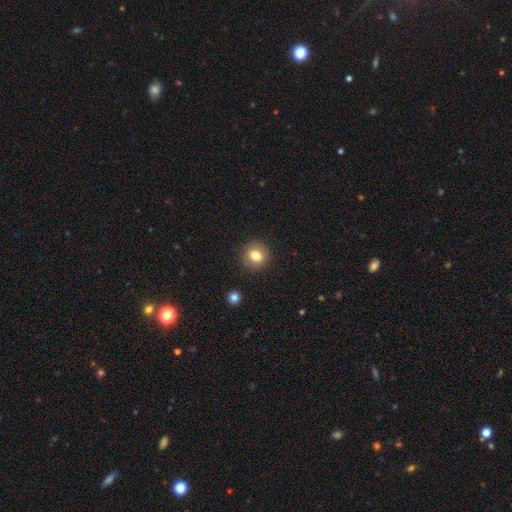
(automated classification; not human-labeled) Smooth or featured? Predicted: smooth (p=0.80). How rounded? Predicted: round (p=0.84). Merging? Predicted: none (p=0.89).